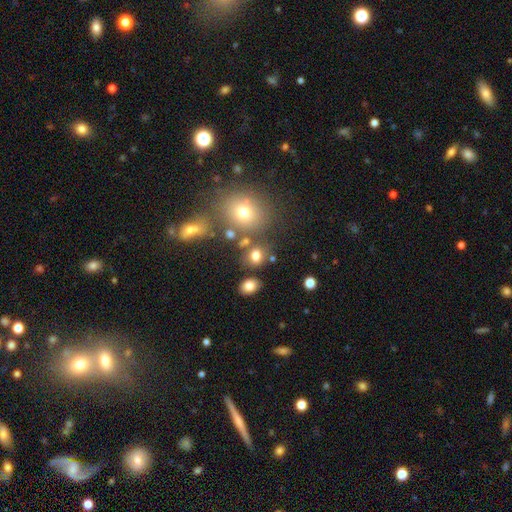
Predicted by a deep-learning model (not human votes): Smooth or featured? Predicted: smooth (p=0.75). How rounded? Predicted: round (p=0.54). Merging? Predicted: none (p=0.67).